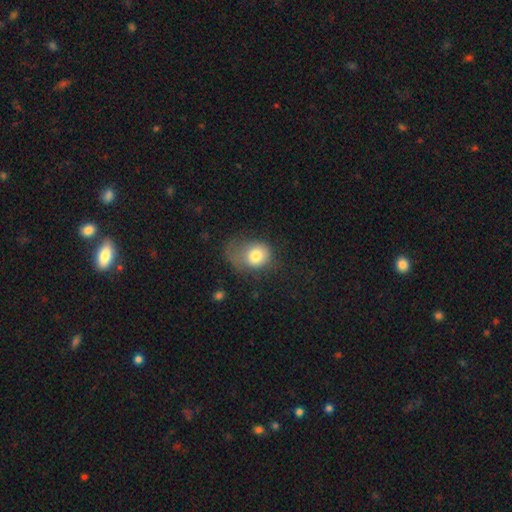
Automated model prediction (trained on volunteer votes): The model was most divided on "merging": major disturbance: 39%, minor disturbance: 31%, none: 27%, merger: 3%. More confident: smooth or featured — smooth (76%); how rounded — round (55%).